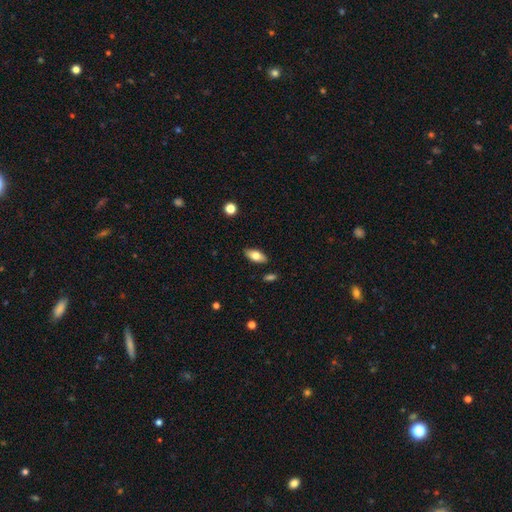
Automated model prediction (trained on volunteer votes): This is likely a smooth galaxy (74%). How rounded: clearly in between (89%). Merging: clearly none (87%).